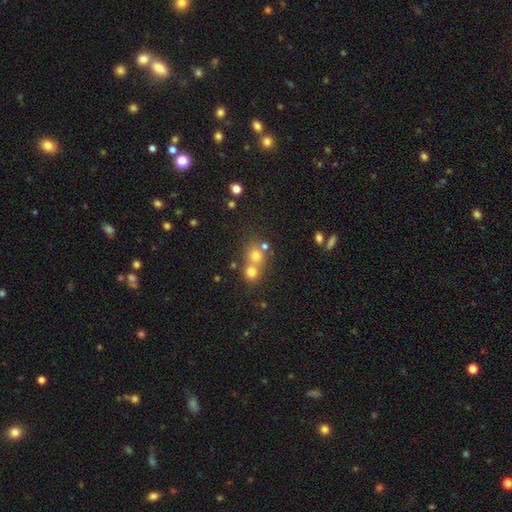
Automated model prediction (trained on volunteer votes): Morphology: type=smooth (72%); roundness=round (79%); merging=merger (49%).